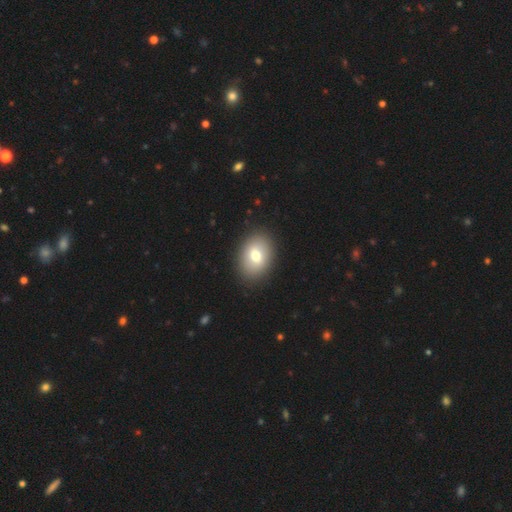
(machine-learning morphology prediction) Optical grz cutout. It shows a smooth galaxy with no disk features (73%) that is in between round and cigar-shaped (75%). Merging: none (90%).